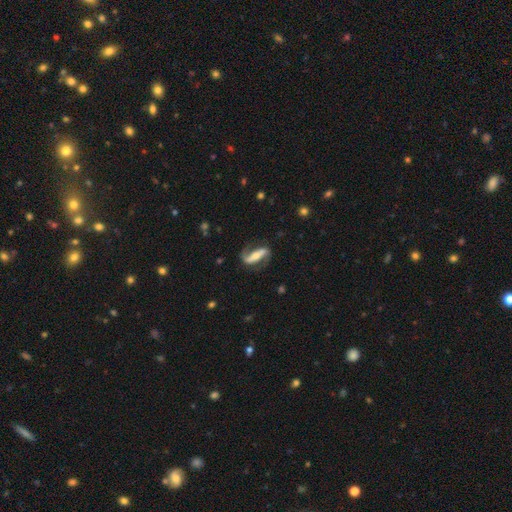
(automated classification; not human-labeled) Smooth or featured?
  - featured or disk: 79% *
  - smooth: 15%
  - star or artifact: 5%
Edge-on disk?
  - no: 87% *
  - yes: 13%
Bar?
  - strong: 66% *
  - weak: 18%
  - no: 16%
Spiral arms?
  - yes: 92% *
  - no: 8%
Spiral winding?
  - loose: 54% *
  - medium: 32%
  - tight: 14%
Spiral arm count?
  - 2: 89% *
  - 1: 5%
  - can't tell: 3%
  - 3: 1%
  - 4: 1%
  - more than 4: 1%
Bulge size?
  - small: 44% *
  - moderate: 36%
  - none: 9%
  - large: 8%
  - dominant: 3%
Merging?
  - none: 72% *
  - minor disturbance: 16%
  - major disturbance: 10%
  - merger: 2%